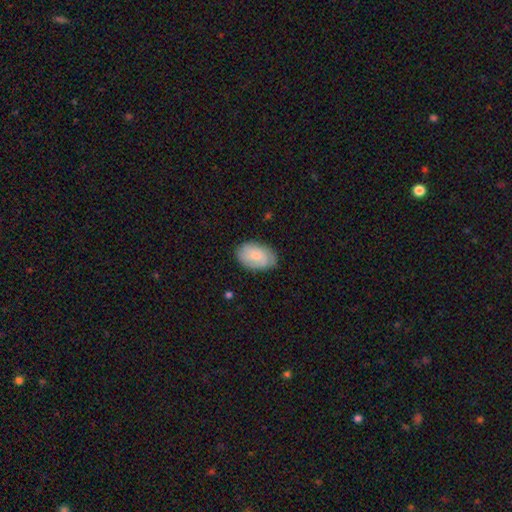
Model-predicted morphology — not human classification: The model was most divided on "smooth or featured": smooth: 68%, featured or disk: 25%, star or artifact: 6%. More confident: how rounded — in between (89%); merging — none (75%).